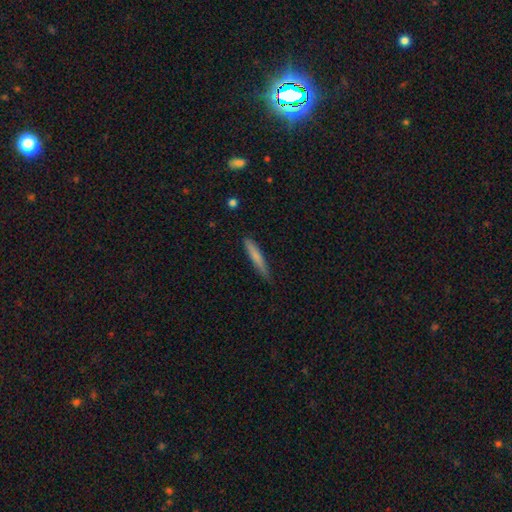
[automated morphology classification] A smooth galaxy with no disk features (73%) that is cigar-shaped (94%). Merging: none (81%).